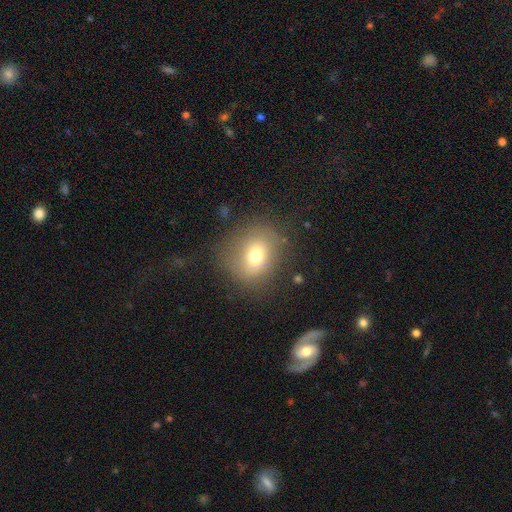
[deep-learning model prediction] A smooth galaxy with no disk features (69%) that is round (69%).

Vote fractions:
- Smooth or featured? smooth: 69% / featured or disk: 18% / star or artifact: 13%
- How rounded? round: 69% / in between: 30% / cigar-shaped: 1%
- Merging? none: 71% / minor disturbance: 17% / major disturbance: 10% / merger: 2%